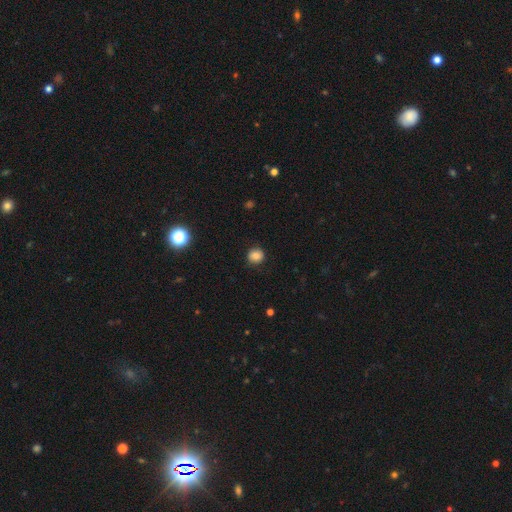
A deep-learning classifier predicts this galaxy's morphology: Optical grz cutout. It shows a smooth galaxy with no disk features (81%) that is round (88%). Merging: none (87%).